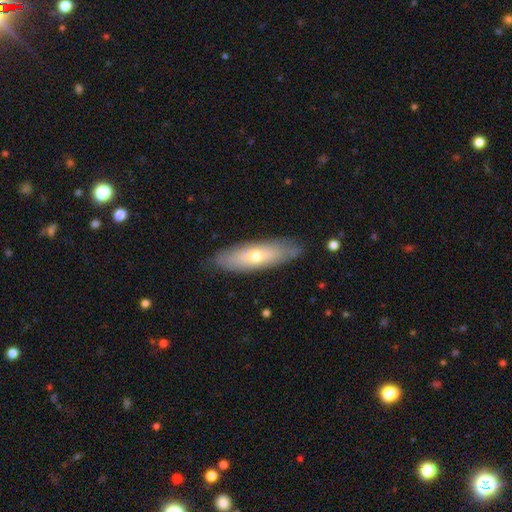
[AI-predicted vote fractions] A smooth galaxy with no disk features (48%). Merging: none (82%).